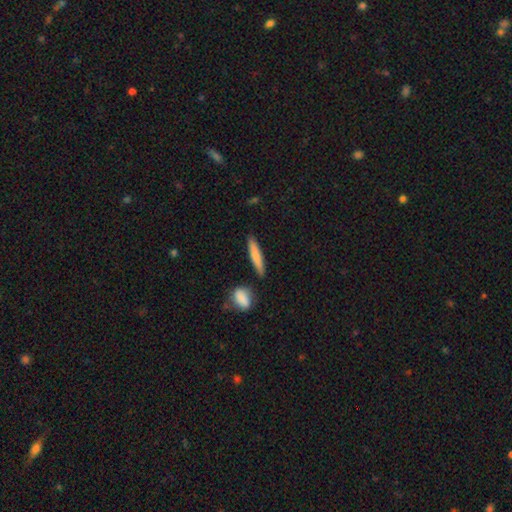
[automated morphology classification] Q: Smooth or featured?
A: smooth (75%); runner-up: featured or disk (19%)
Q: How rounded?
A: cigar-shaped (86%); runner-up: in between (12%)
Q: Merging?
A: none (85%); runner-up: minor disturbance (9%)